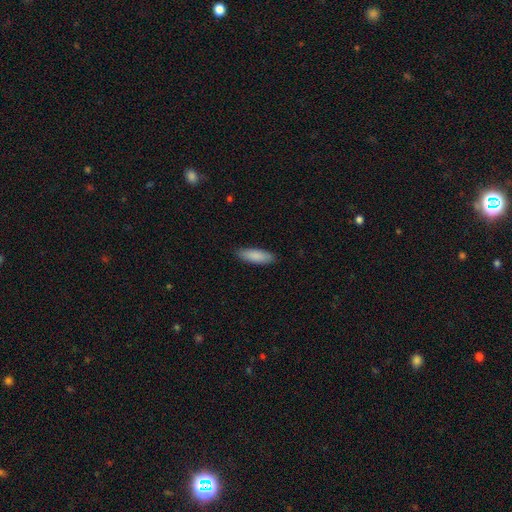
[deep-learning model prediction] Q: Smooth or featured?
A: smooth (87%); runner-up: featured or disk (7%)
Q: How rounded?
A: in between (55%); runner-up: cigar-shaped (43%)
Q: Merging?
A: none (88%); runner-up: minor disturbance (10%)